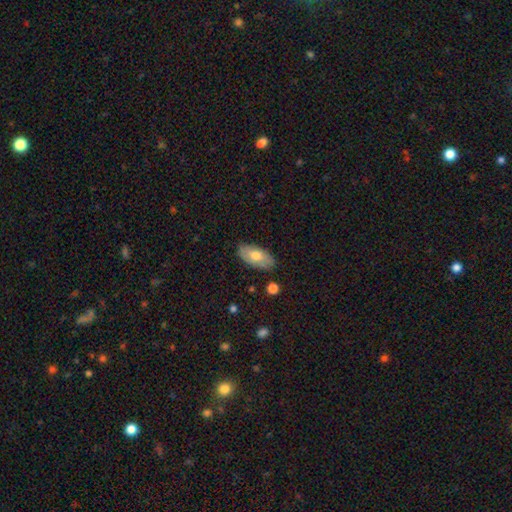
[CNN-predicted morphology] Smooth or featured?
  - smooth: 68% *
  - featured or disk: 26%
  - star or artifact: 6%
How rounded?
  - in between: 93% *
  - cigar-shaped: 4%
  - round: 3%
Merging?
  - none: 82% *
  - minor disturbance: 14%
  - major disturbance: 3%
  - merger: 2%